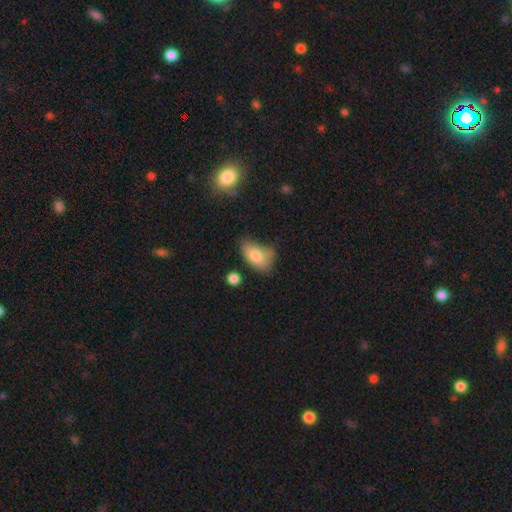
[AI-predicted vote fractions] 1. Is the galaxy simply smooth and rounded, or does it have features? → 77% smooth, 14% featured or disk, 9% star or artifact.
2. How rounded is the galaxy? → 89% in between, 8% round, 2% cigar-shaped.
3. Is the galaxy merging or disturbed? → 40% none, 38% minor disturbance, 16% major disturbance, 7% merger.